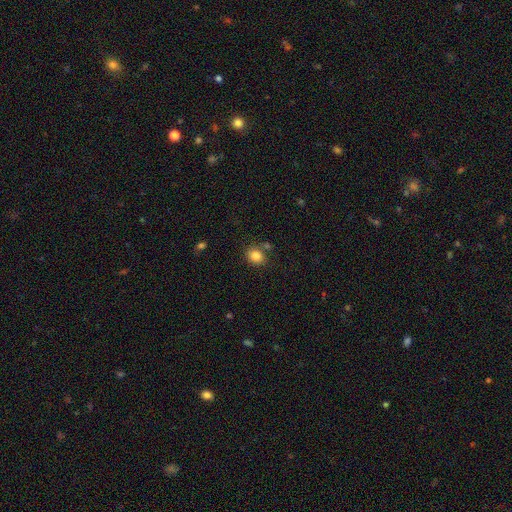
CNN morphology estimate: This appears to be a smooth galaxy with no disk features (84%) that is round (60%). Merging: none (74%).